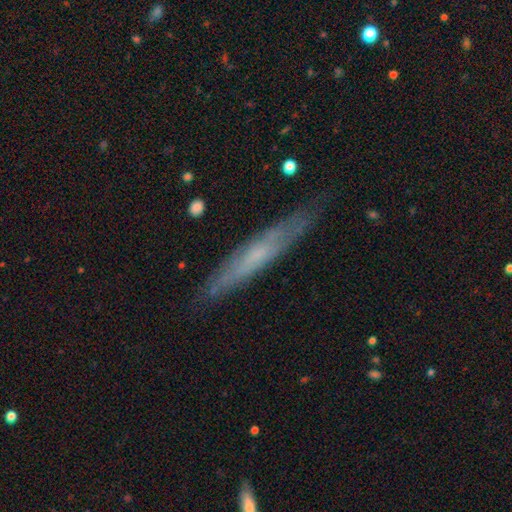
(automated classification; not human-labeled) smooth_or_featured: featured or disk (p=0.52) [alt: smooth p=0.41]
disk_edge_on: yes (p=0.82) [alt: no p=0.18]
merging: none (p=0.82) [alt: minor disturbance p=0.14]